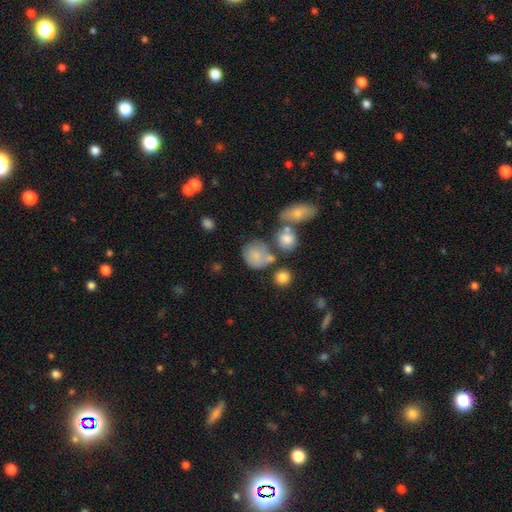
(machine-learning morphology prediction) This is likely a smooth galaxy (77%). How rounded: likely round (74%). Merging: possibly none (51%).